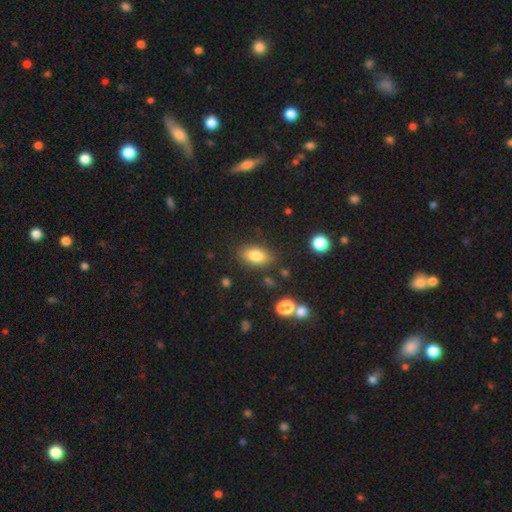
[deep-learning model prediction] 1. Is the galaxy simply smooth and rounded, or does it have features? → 80% smooth, 11% featured or disk, 9% star or artifact.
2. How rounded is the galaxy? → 88% in between, 7% round, 5% cigar-shaped.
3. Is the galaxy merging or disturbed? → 82% none, 11% minor disturbance, 3% major disturbance, 3% merger.